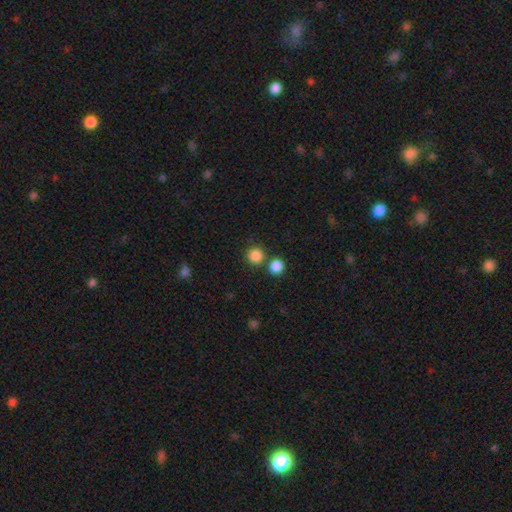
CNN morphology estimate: This is clearly a smooth galaxy (85%). How rounded: clearly round (93%). Merging: likely none (75%).